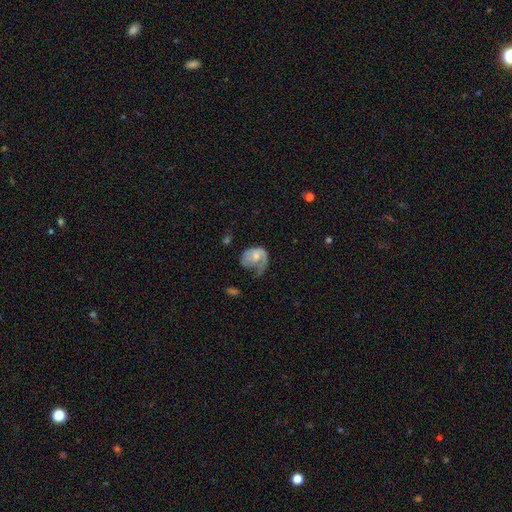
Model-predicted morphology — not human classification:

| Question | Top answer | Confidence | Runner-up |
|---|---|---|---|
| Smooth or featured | featured or disk | 53% | smooth (41%) |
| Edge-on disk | no | 97% | yes (3%) |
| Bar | no | 75% | weak (22%) |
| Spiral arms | yes | 73% | no (27%) |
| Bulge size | moderate | 47% | small (42%) |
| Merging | major disturbance | 44% | minor disturbance (27%) |